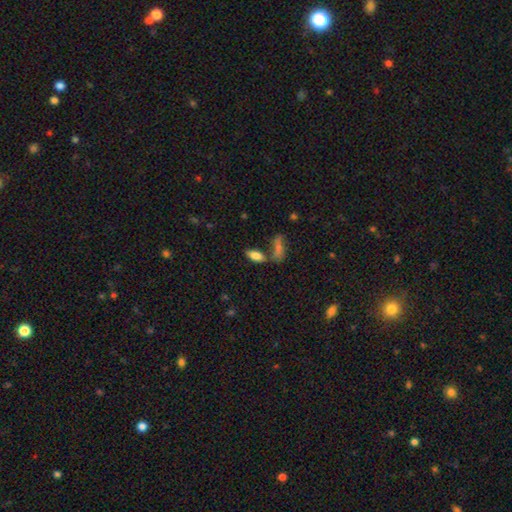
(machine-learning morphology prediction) This appears to be a smooth galaxy with no disk features (79%) that is in between round and cigar-shaped (82%). Merging: none (62%).